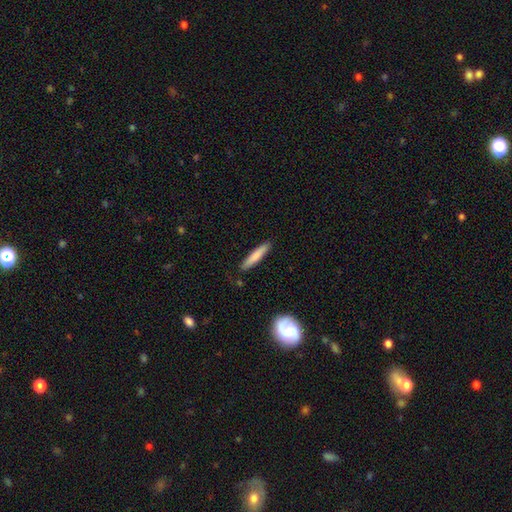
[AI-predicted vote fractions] Morphology: type=smooth (78%); roundness=cigar-shaped (90%); merging=none (87%).